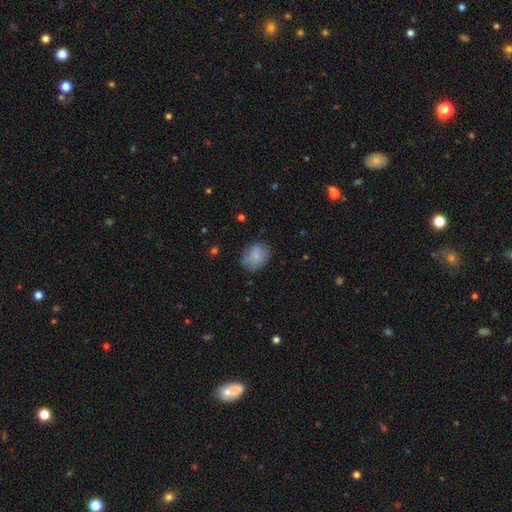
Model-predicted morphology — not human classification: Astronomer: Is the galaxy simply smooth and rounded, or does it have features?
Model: smooth — 78%.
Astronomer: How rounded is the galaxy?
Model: round — 52% (runner-up: in between, 47%).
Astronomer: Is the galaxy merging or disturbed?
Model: none — 72%.